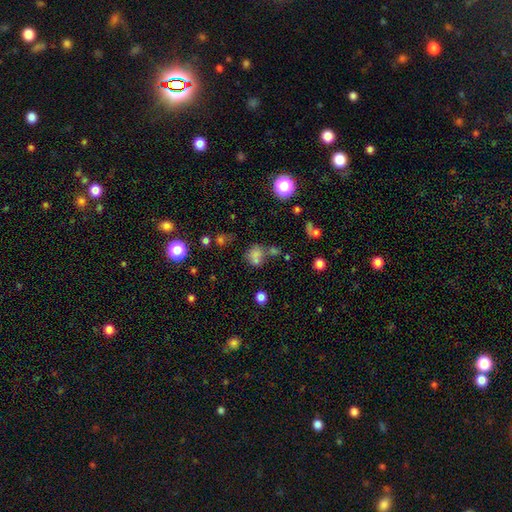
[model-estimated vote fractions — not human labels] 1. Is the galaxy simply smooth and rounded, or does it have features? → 66% smooth, 21% star or artifact, 13% featured or disk.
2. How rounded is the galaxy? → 57% round, 41% in between, 2% cigar-shaped.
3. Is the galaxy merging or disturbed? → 40% none, 36% merger, 14% minor disturbance, 10% major disturbance.